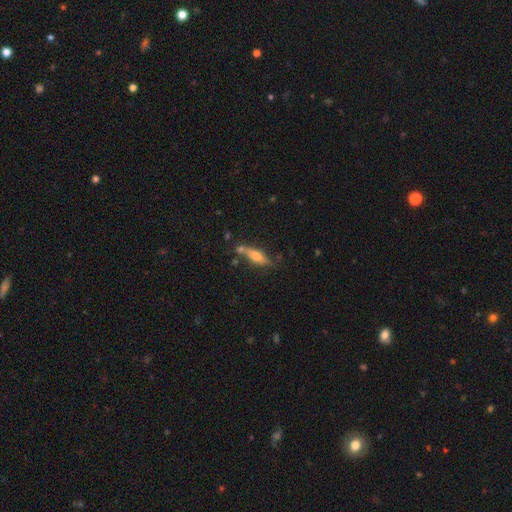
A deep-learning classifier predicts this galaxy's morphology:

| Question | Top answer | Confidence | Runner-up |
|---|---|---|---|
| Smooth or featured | smooth | 60% | featured or disk (33%) |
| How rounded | cigar-shaped | 52% | in between (45%) |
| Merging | none | 60% | minor disturbance (20%) |